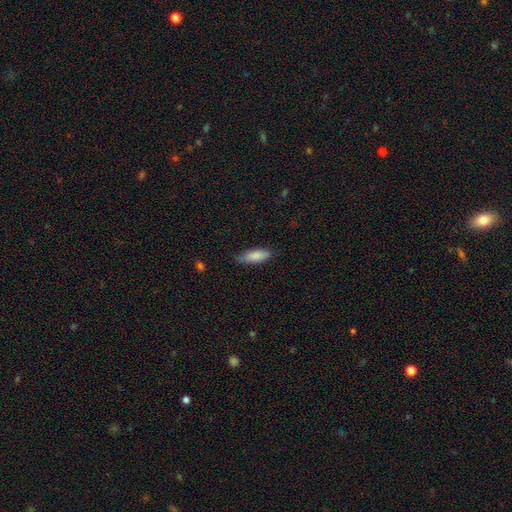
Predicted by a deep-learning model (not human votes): This appears to be a smooth galaxy with no disk features (86%) that is in between round and cigar-shaped (61%). Merging: none (78%).